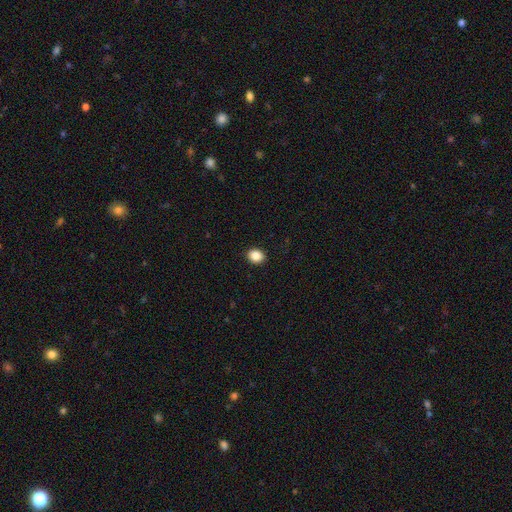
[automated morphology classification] This appears to be a smooth galaxy with no disk features (87%) that is round (57%). Merging: none (91%).